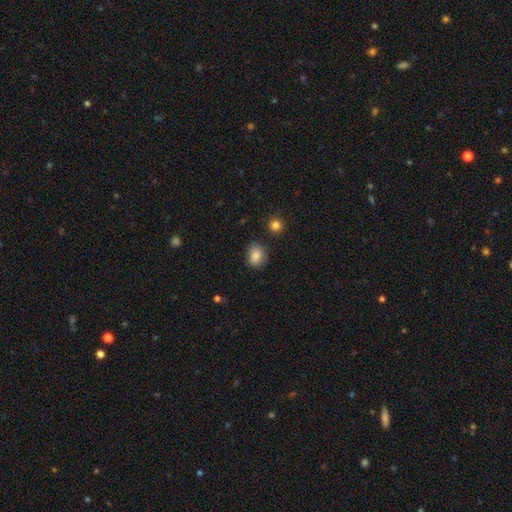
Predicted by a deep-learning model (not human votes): smooth-or-featured: smooth: 85% | star or artifact: 9% | featured or disk: 6%
  how-rounded: in between: 62% | round: 37% | cigar-shaped: 1%
  merging: none: 76% | minor disturbance: 18% | major disturbance: 4% | merger: 2%